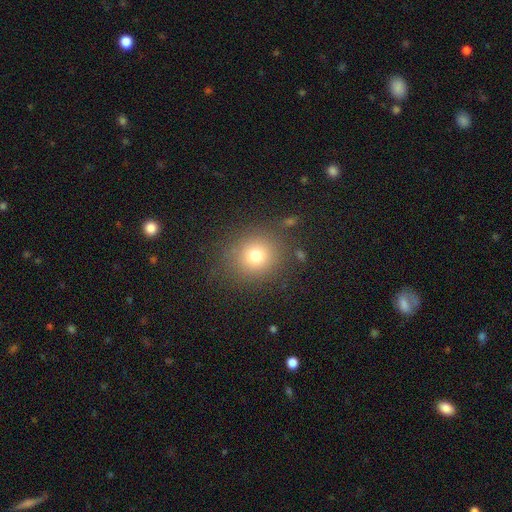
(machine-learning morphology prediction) This appears to be a smooth galaxy with no disk features (75%) that is round (84%). Merging: none (83%).